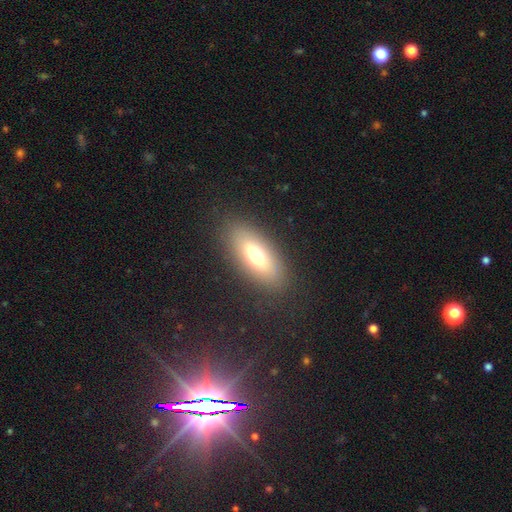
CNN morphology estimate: A smooth galaxy with no disk features (68%) that is in between round and cigar-shaped (77%).

Vote fractions:
- Smooth or featured? smooth: 68% / featured or disk: 23% / star or artifact: 8%
- How rounded? in between: 77% / cigar-shaped: 21% / round: 3%
- Merging? none: 86% / minor disturbance: 9% / major disturbance: 4% / merger: 1%